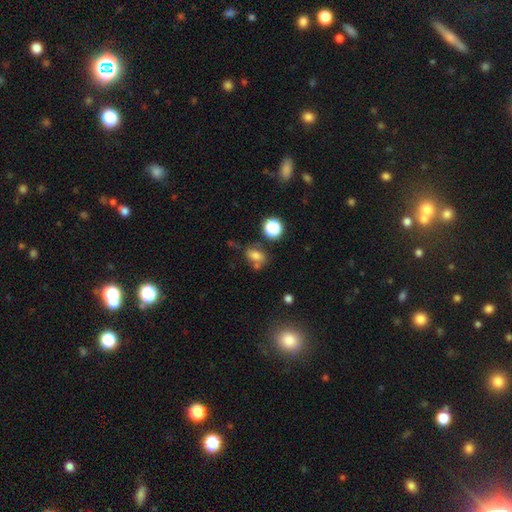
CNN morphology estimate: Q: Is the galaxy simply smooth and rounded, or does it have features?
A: smooth — 68%.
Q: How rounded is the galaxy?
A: in between — 67%.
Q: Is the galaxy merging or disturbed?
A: none — 52%.